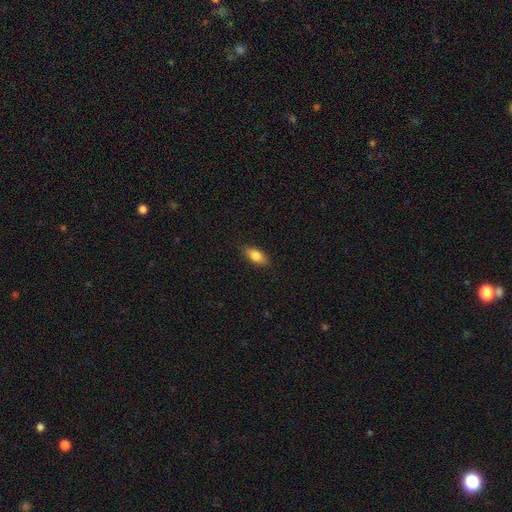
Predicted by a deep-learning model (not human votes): smooth 79%, featured or disk 14%, star or artifact 7%. Down the decision tree: how rounded — in between (83%); merging — none (84%).